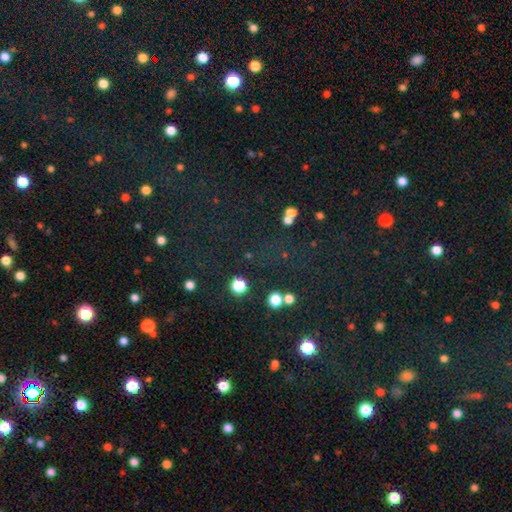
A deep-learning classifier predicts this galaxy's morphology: Smooth or featured? Predicted: star or artifact (p=0.73).